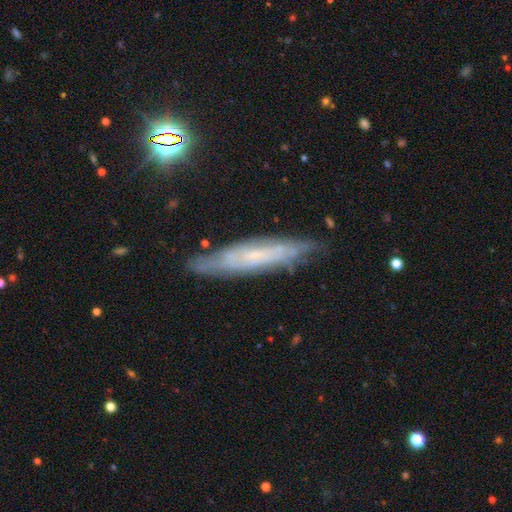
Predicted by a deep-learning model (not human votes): Smooth or featured?
  - featured or disk: 64% *
  - smooth: 26%
  - star or artifact: 9%
Edge-on disk?
  - yes: 57% *
  - no: 43%
Merging?
  - none: 80% *
  - minor disturbance: 15%
  - major disturbance: 3%
  - merger: 2%